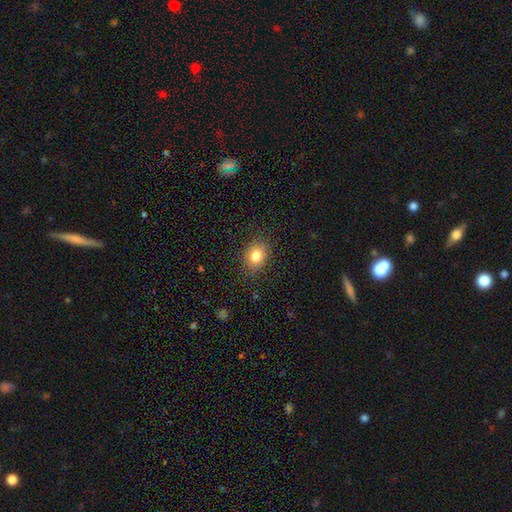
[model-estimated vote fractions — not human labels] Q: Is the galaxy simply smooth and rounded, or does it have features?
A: smooth — 81%.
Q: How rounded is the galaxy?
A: in between — 59%.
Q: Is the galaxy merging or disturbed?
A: none — 85%.